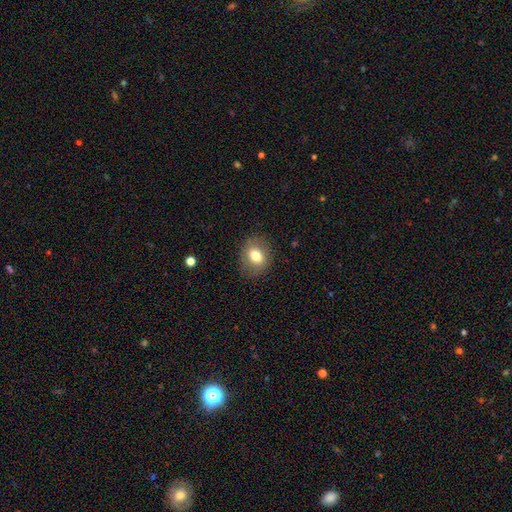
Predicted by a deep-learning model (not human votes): smooth_or_featured: smooth (p=0.74) [alt: featured or disk p=0.16]
how_rounded: round (p=0.52) [alt: in between p=0.47]
merging: none (p=0.83) [alt: minor disturbance p=0.12]